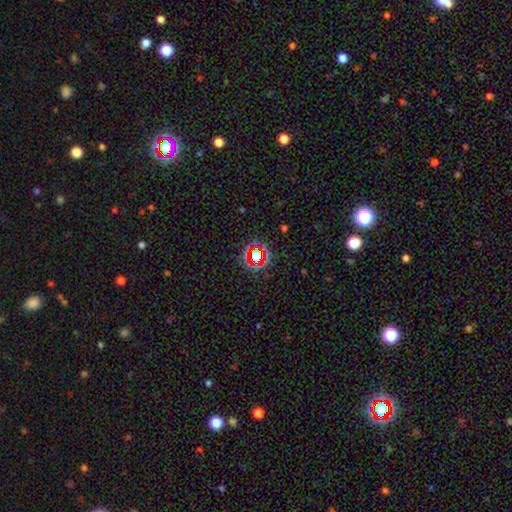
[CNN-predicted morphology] Smooth or featured: star or artifact — 68% (smooth — 21%)